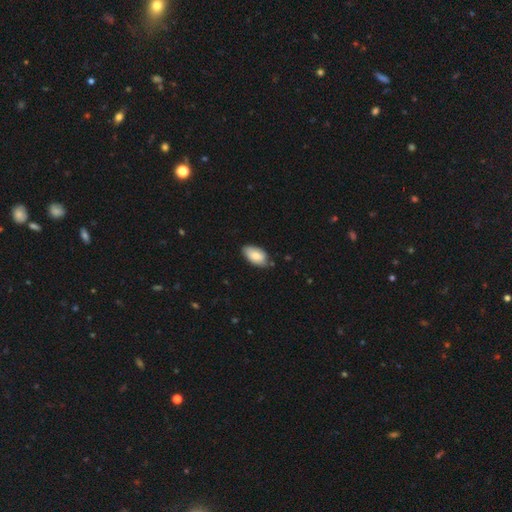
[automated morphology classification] Overall: smooth (81%). How rounded: in between (94%). Merging: none (71%).